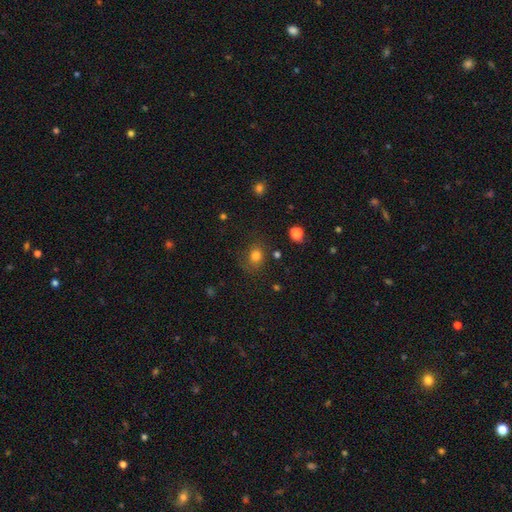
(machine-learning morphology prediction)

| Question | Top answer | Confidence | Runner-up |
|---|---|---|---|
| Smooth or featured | smooth | 78% | star or artifact (15%) |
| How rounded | round | 63% | in between (36%) |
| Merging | none | 74% | minor disturbance (16%) |